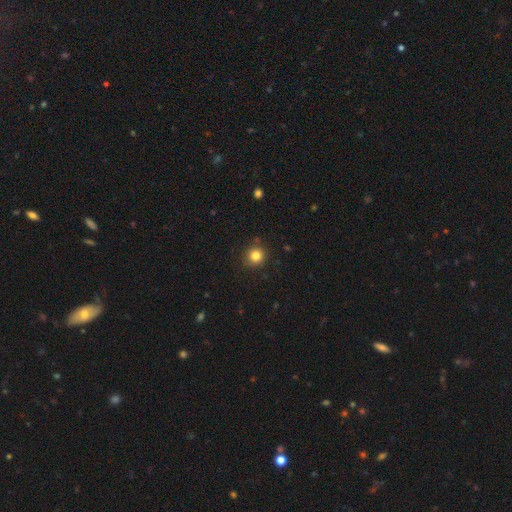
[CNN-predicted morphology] The model was most divided on "smooth or featured": smooth: 83%, star or artifact: 12%, featured or disk: 5%. More confident: how rounded — round (92%); merging — none (88%).